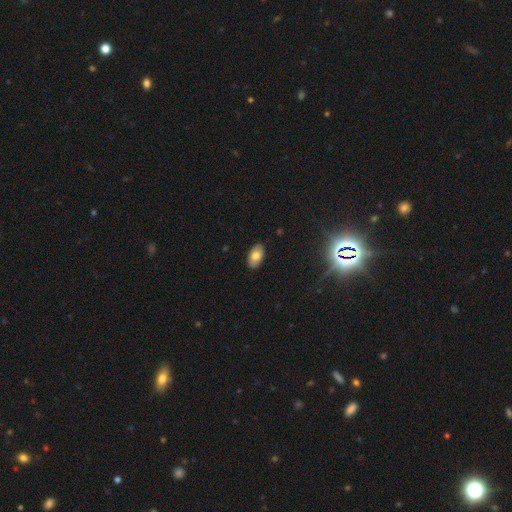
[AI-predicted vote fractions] Smooth or featured?
  - smooth: 77% *
  - featured or disk: 15%
  - star or artifact: 8%
How rounded?
  - in between: 95% *
  - round: 4%
  - cigar-shaped: 2%
Merging?
  - none: 87% *
  - minor disturbance: 10%
  - major disturbance: 2%
  - merger: 1%